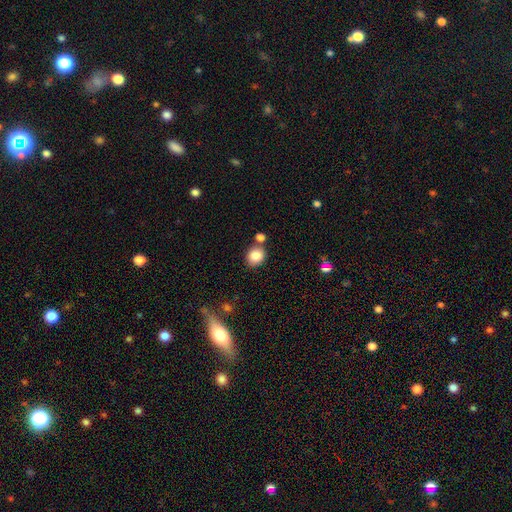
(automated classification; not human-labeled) The model was most divided on "how rounded": round: 61%, in between: 38%, cigar-shaped: 1%. More confident: smooth or featured — smooth (85%); merging — none (70%).